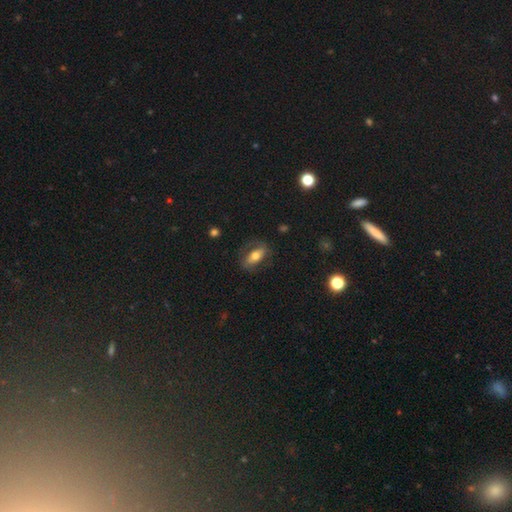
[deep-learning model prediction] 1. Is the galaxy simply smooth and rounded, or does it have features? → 51% smooth, 42% featured or disk, 7% star or artifact.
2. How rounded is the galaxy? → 80% in between, 13% cigar-shaped, 6% round.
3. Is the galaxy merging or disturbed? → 69% none, 17% minor disturbance, 12% major disturbance, 2% merger.